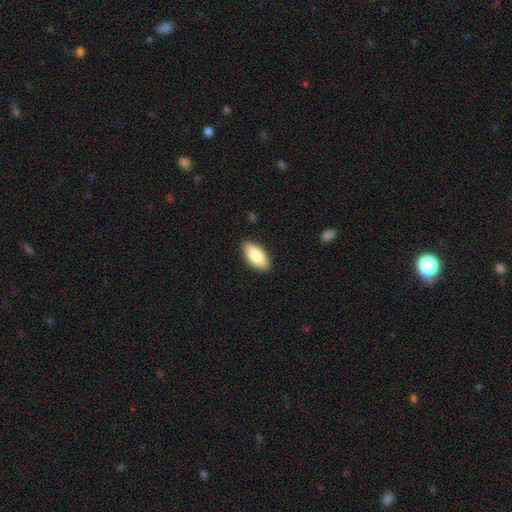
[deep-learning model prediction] A smooth galaxy with no disk features (81%) that is in between round and cigar-shaped (89%). Merging: none (88%).